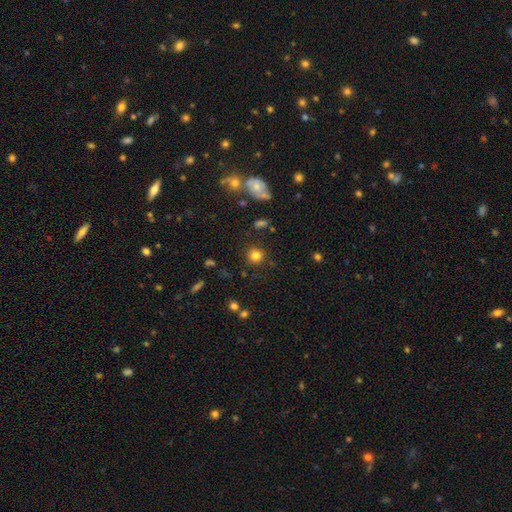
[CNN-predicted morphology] smooth-or-featured: smooth: 81% | star or artifact: 12% | featured or disk: 7%
  how-rounded: round: 90% | in between: 9% | cigar-shaped: 1%
  merging: none: 86% | minor disturbance: 8% | major disturbance: 3% | merger: 3%